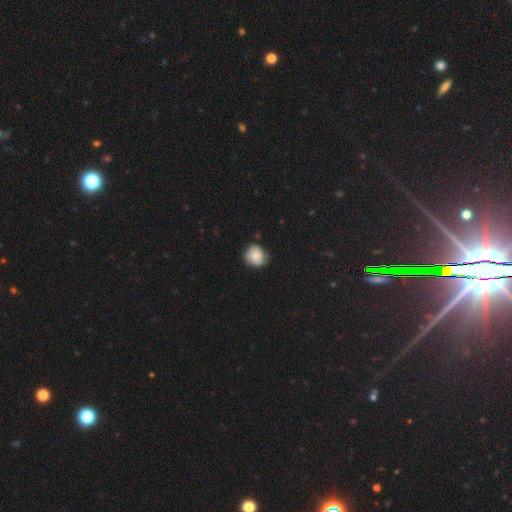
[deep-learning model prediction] Smooth or featured? smooth (71%)
How rounded? round (84%)
Merging? none (71%)